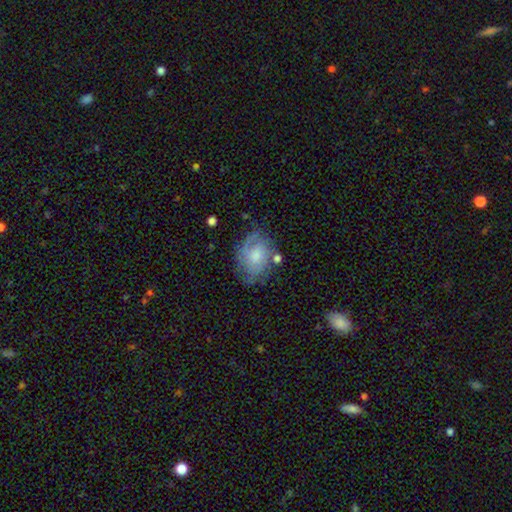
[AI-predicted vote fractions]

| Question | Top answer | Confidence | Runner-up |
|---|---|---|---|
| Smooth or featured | featured or disk | 50% | smooth (42%) |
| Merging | none | 56% | minor disturbance (26%) |